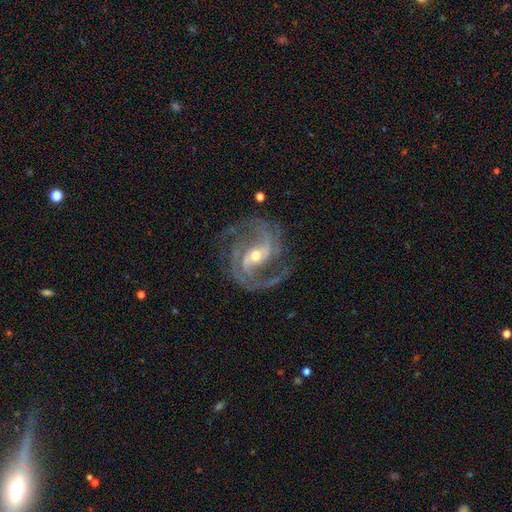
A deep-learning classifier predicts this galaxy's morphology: smooth-or-featured: featured or disk: 92% | star or artifact: 5% | smooth: 3%
  disk-edge-on: no: 98% | yes: 2%
    bar: weak: 41% | strong: 32% | no: 27%
    has-spiral-arms: yes: 98% | no: 2%
      spiral-winding: medium: 58% | tight: 24% | loose: 18%
      spiral-arm-count: 2: 71% | 3: 15% | can't tell: 5% | 4: 3% | 1: 3% | more than 4: 3%
    bulge-size: moderate: 50% | small: 46% | large: 2% | none: 1% | dominant: 1%
  merging: none: 74% | minor disturbance: 15% | major disturbance: 9% | merger: 1%